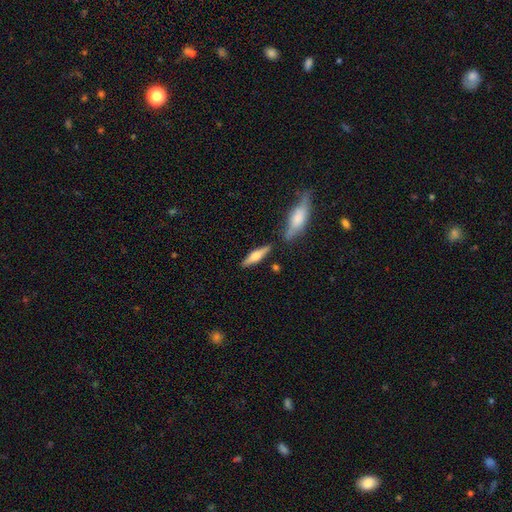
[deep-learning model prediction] smooth 50%, featured or disk 44%, star or artifact 6%. Down the decision tree: how rounded — cigar-shaped (68%); merging — none (77%).